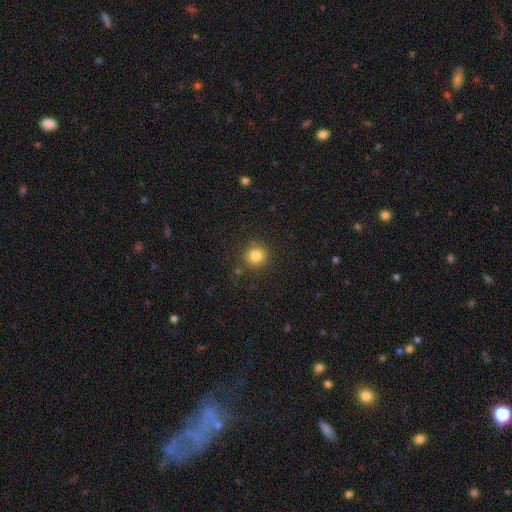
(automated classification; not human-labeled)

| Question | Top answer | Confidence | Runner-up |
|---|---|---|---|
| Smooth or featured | smooth | 82% | star or artifact (12%) |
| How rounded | round | 92% | in between (7%) |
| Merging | none | 87% | minor disturbance (7%) |